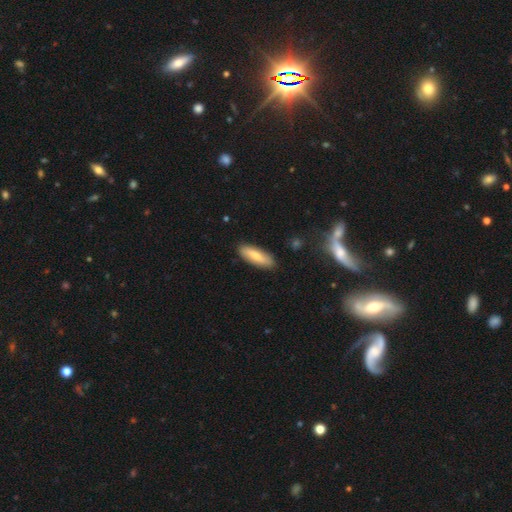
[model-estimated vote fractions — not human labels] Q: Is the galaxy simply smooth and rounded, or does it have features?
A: smooth — 75%.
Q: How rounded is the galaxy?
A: in between — 55%.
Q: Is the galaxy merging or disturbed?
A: none — 87%.